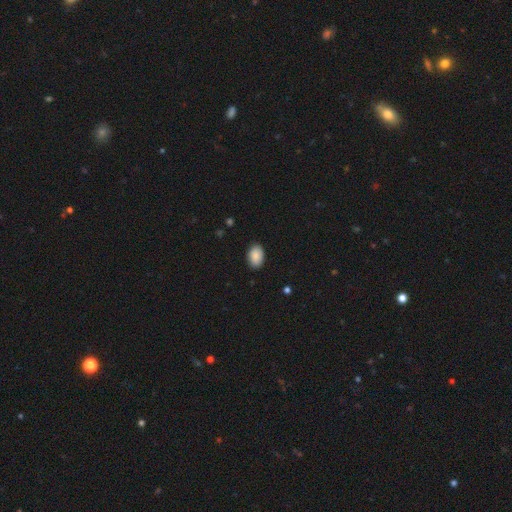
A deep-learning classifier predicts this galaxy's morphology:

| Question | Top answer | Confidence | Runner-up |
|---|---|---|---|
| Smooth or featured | smooth | 89% | star or artifact (7%) |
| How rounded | in between | 89% | round (10%) |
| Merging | none | 88% | minor disturbance (9%) |